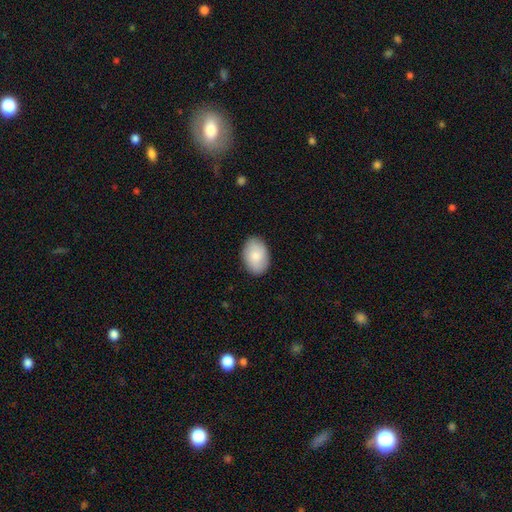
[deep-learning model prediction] Smooth or featured?
  - smooth: 84% *
  - featured or disk: 10%
  - star or artifact: 6%
How rounded?
  - in between: 86% *
  - round: 13%
  - cigar-shaped: 1%
Merging?
  - none: 88% *
  - minor disturbance: 9%
  - major disturbance: 2%
  - merger: 1%